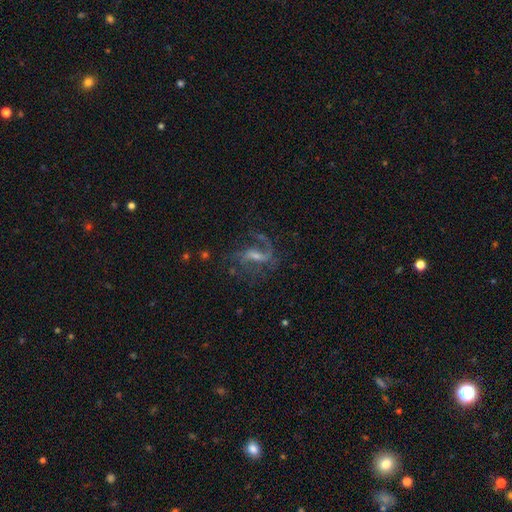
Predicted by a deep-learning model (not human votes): This is likely a featured or disk galaxy (78%). It is clearly not viewed edge-on (94%). Bar: marginally weak (44%). Spiral arm pattern: clearly yes (89%). Spiral arm count: possibly 2 (50%). Spiral winding: possibly loose (51%). Central bulge: possibly small (50%). Merging: possibly none (52%).